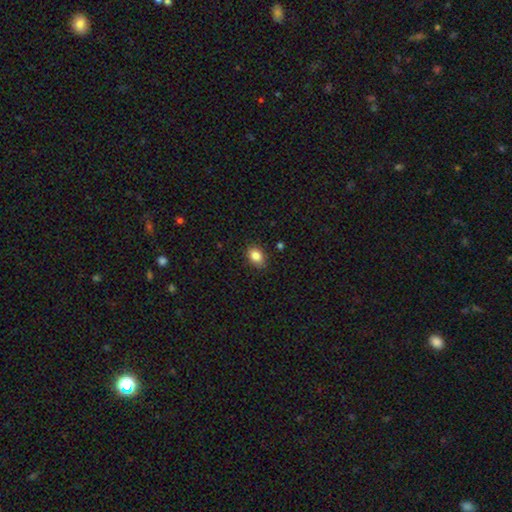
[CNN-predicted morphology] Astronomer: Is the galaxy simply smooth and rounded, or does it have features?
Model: smooth — 84%.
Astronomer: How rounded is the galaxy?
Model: in between — 74%.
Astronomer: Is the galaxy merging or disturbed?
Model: none — 84%.